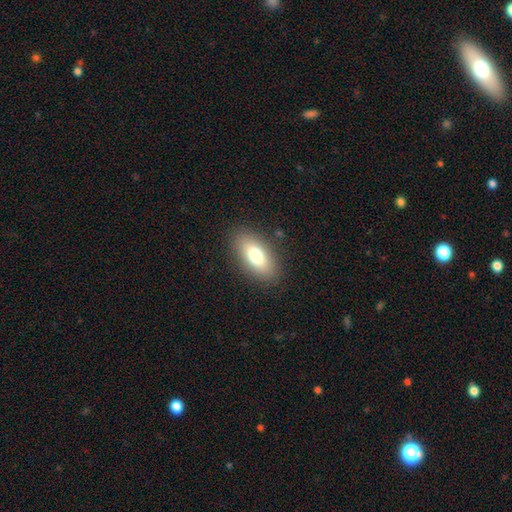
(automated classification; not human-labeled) smooth_or_featured: smooth (p=0.76) [alt: featured or disk p=0.16]
how_rounded: in between (p=0.87) [alt: cigar-shaped p=0.10]
merging: none (p=0.87) [alt: minor disturbance p=0.09]